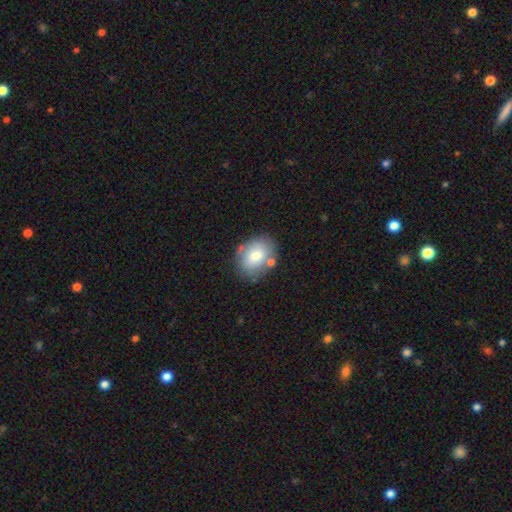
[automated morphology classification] A smooth galaxy with no disk features (74%) that is in between round and cigar-shaped (63%).

Vote fractions:
- Smooth or featured? smooth: 74% / featured or disk: 18% / star or artifact: 8%
- How rounded? in between: 63% / round: 36% / cigar-shaped: 1%
- Merging? none: 72% / minor disturbance: 15% / merger: 8% / major disturbance: 4%